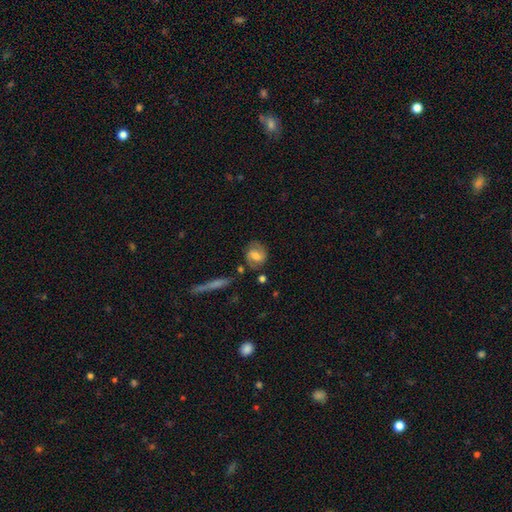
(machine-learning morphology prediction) featured or disk 52%, smooth 40%, star or artifact 8%. Down the decision tree: edge-on disk — no (94%); merging — none (72%).